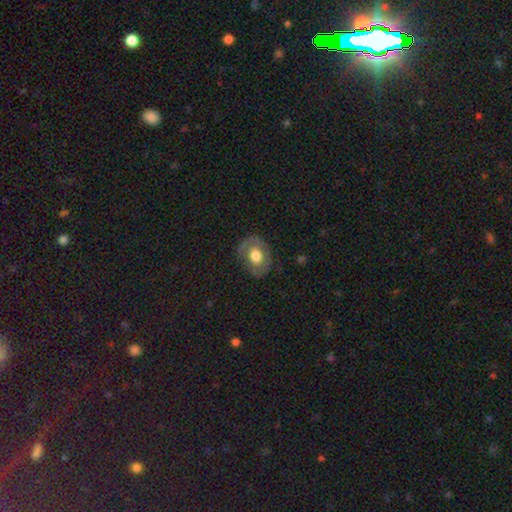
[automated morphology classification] type=smooth (55%); roundness=in between (59%); merging=none (75%).